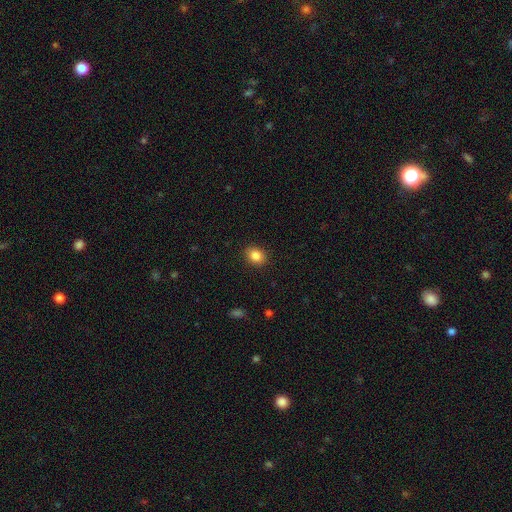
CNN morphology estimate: A smooth galaxy with no disk features (85%) that is in between round and cigar-shaped (50%). Merging: none (90%).